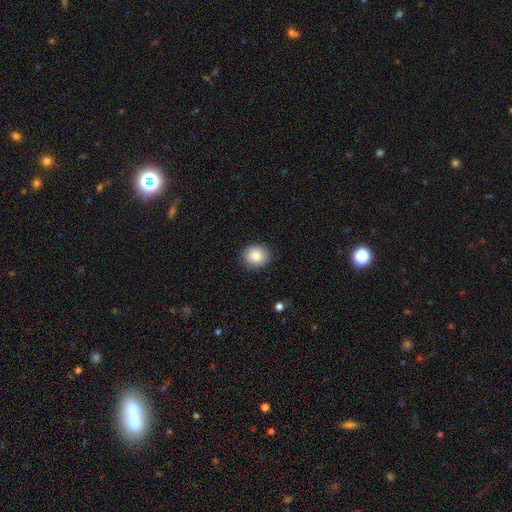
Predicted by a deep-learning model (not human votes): Smooth or featured: smooth — 84% (star or artifact — 8%)
How rounded: round — 77% (in between — 22%)
Merging: none — 88% (minor disturbance — 8%)